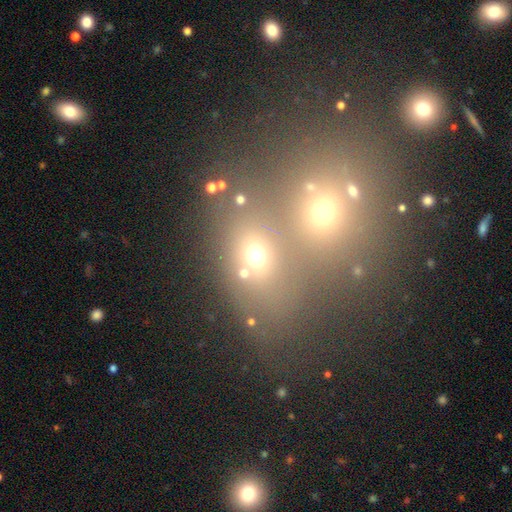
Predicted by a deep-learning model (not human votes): smooth_or_featured: smooth (p=0.67) [alt: star or artifact p=0.19]
how_rounded: in between (p=0.50) [alt: round p=0.48]
merging: merger (p=0.54) [alt: none p=0.33]